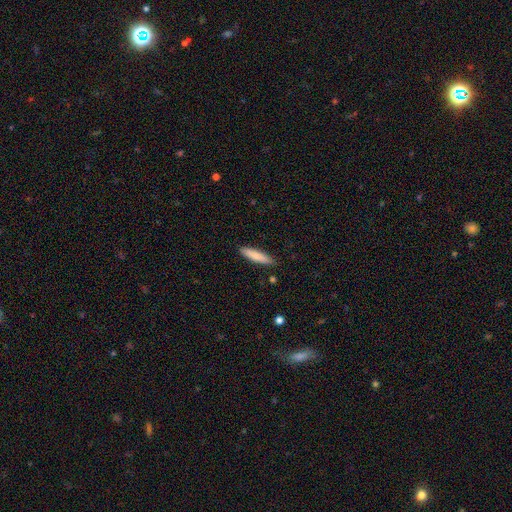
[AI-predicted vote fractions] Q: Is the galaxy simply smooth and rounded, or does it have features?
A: smooth — 81%.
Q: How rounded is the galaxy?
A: cigar-shaped — 81%.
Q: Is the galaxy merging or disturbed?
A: none — 88%.